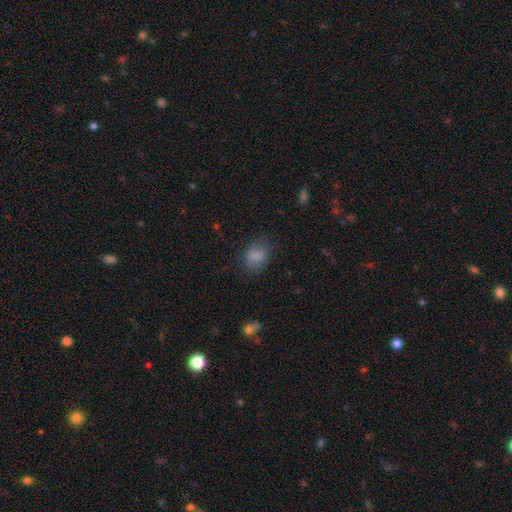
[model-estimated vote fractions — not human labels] This is clearly a smooth galaxy (82%). How rounded: likely in between (67%). Merging: likely none (69%).